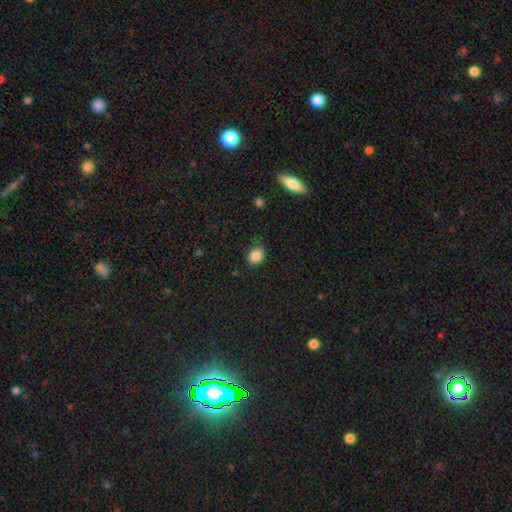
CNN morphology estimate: smooth_or_featured: smooth (p=0.85) [alt: star or artifact p=0.10]
how_rounded: in between (p=0.50) [alt: round p=0.49]
merging: none (p=0.84) [alt: minor disturbance p=0.12]